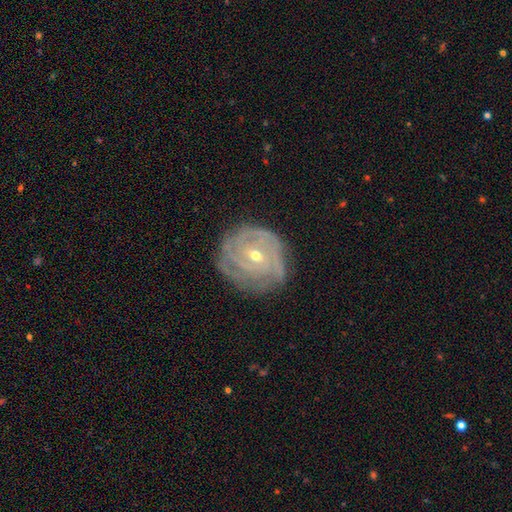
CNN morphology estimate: Q: Smooth or featured?
A: featured or disk (83%); runner-up: smooth (11%)
Q: Edge-on disk?
A: no (97%); runner-up: yes (3%)
Q: Bar?
A: no (49%); runner-up: weak (39%)
Q: Spiral arms?
A: yes (92%); runner-up: no (8%)
Q: Spiral winding?
A: tight (77%); runner-up: medium (19%)
Q: Spiral arm count?
A: can't tell (38%); runner-up: 3 (21%)
Q: Bulge size?
A: small (51%); runner-up: moderate (46%)
Q: Merging?
A: none (72%); runner-up: minor disturbance (20%)